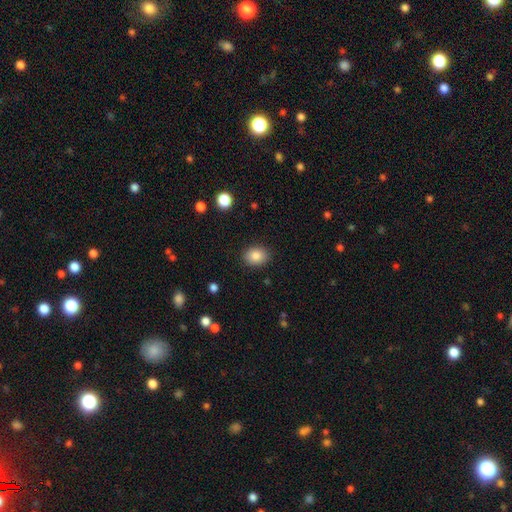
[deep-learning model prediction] Overall: smooth (85%). How rounded: in between (53%; round 46%). Merging: none (88%).